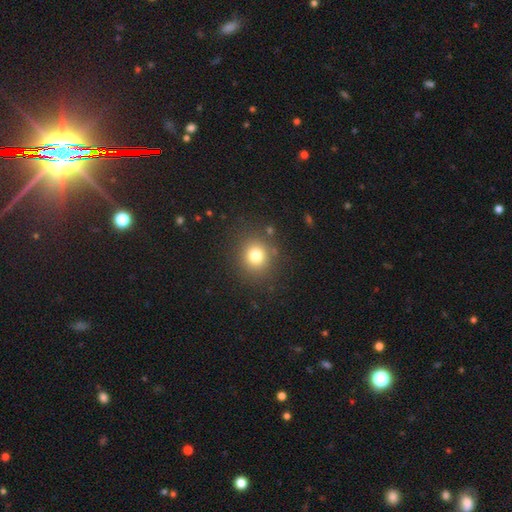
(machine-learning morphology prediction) A smooth galaxy with no disk features (78%) that is round (85%).

Vote fractions:
- Smooth or featured? smooth: 78% / star or artifact: 14% / featured or disk: 8%
- How rounded? round: 85% / in between: 14% / cigar-shaped: 1%
- Merging? none: 86% / minor disturbance: 8% / major disturbance: 4% / merger: 2%